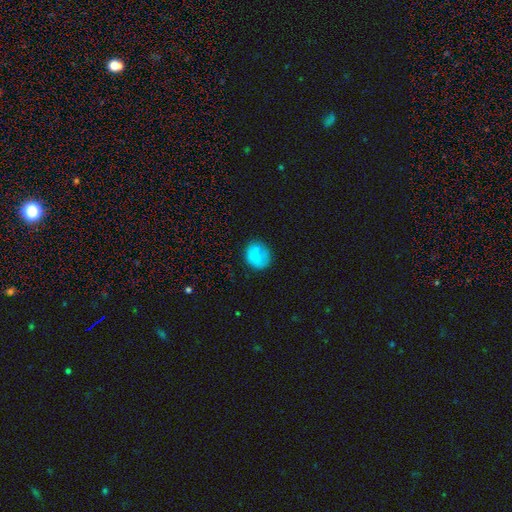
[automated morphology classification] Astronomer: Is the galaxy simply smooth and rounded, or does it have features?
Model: smooth — 80%.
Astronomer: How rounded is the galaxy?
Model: round — 73%.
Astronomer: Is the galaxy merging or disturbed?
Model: none — 69%.